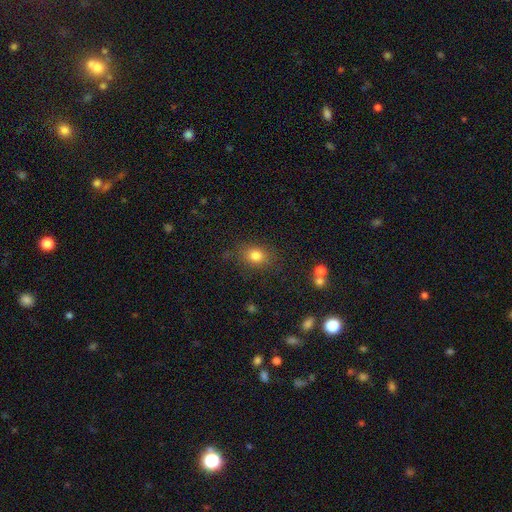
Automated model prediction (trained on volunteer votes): Morphology: type=smooth (81%); roundness=in between (54%); merging=none (80%).